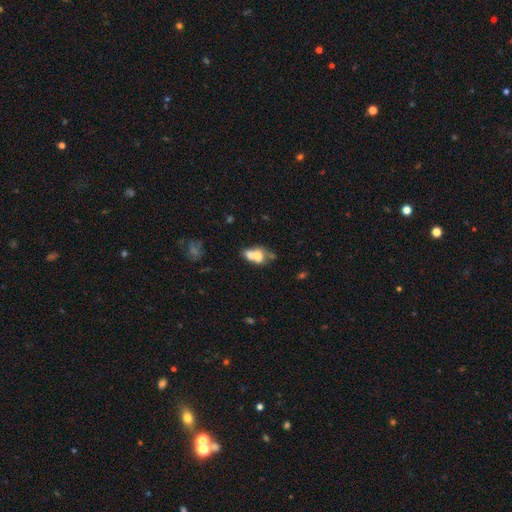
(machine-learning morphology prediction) type=smooth (59%); roundness=in between (71%); merging=merger (59%).